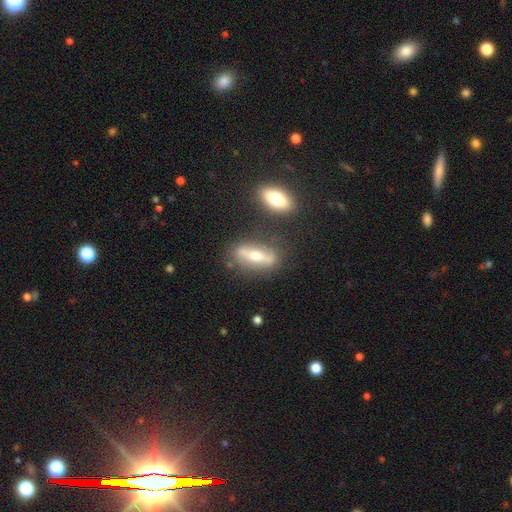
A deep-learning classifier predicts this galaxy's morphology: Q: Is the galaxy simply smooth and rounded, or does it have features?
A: featured or disk — 57%.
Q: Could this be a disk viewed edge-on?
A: yes — 64%.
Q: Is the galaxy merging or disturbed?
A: none — 72%.